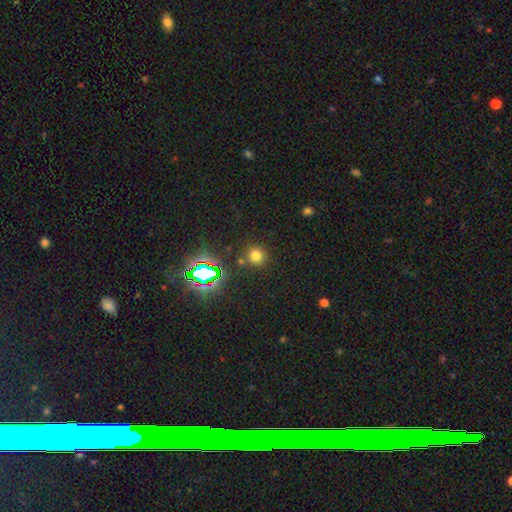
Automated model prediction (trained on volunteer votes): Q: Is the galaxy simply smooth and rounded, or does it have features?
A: smooth — 69%.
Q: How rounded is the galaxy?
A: round — 92%.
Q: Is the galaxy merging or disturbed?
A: none — 84%.